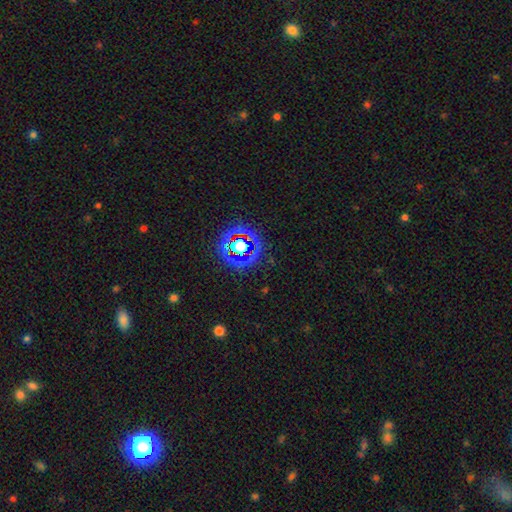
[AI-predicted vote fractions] smooth_or_featured: star or artifact (p=0.77) [alt: smooth p=0.14]